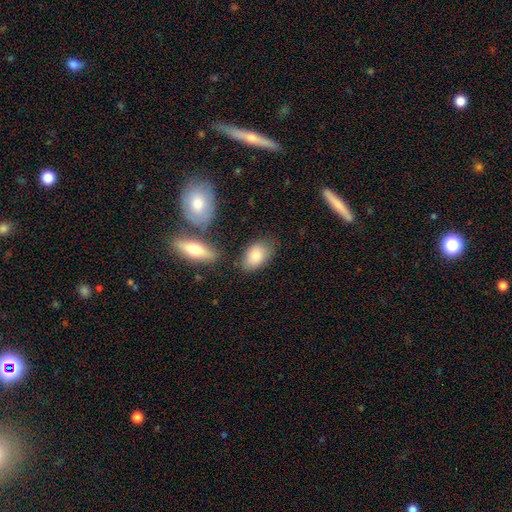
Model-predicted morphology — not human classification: Q: Smooth or featured?
A: smooth (82%); runner-up: featured or disk (11%)
Q: How rounded?
A: in between (88%); runner-up: round (10%)
Q: Merging?
A: none (70%); runner-up: minor disturbance (17%)